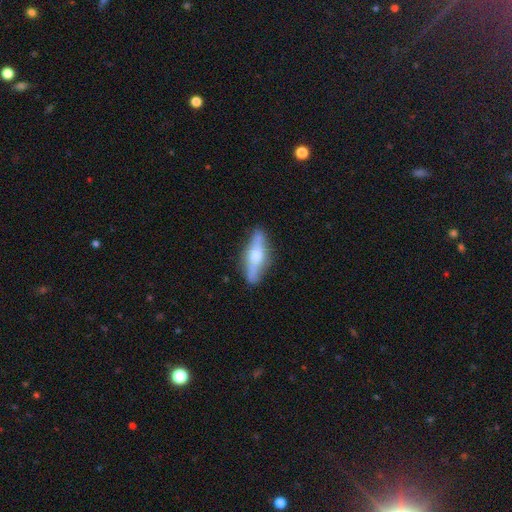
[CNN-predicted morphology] This is possibly a featured or disk galaxy (59%). It is clearly viewed edge-on (90%). Edge-on bulge: clearly rounded (88%). Merging: clearly none (84%).